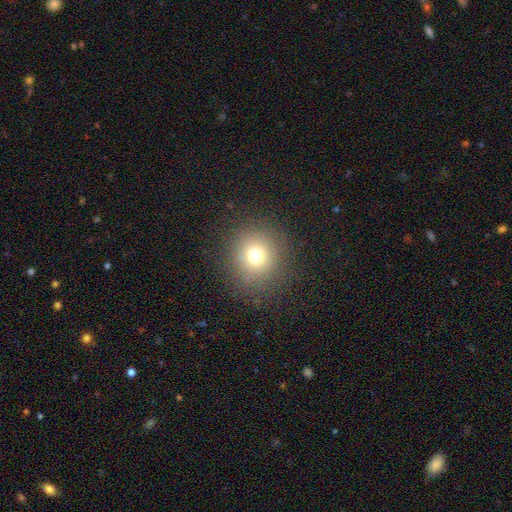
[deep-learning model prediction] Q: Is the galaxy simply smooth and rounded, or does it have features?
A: smooth — 73%.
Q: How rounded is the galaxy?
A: round — 91%.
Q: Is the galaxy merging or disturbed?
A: none — 87%.